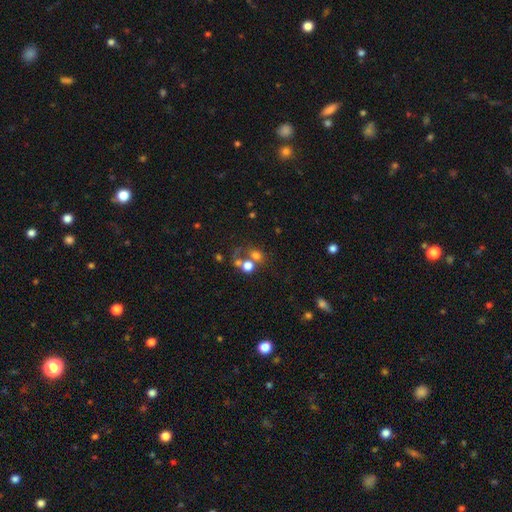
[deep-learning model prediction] smooth 66%, star or artifact 18%, featured or disk 16%. Down the decision tree: how rounded — round (62%); merging — merger (44%).